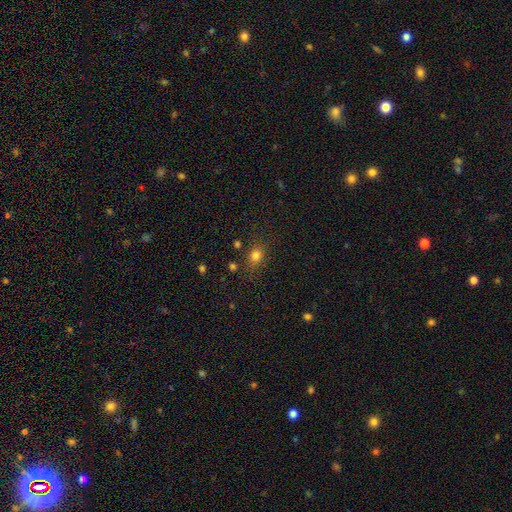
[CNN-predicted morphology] Smooth or featured: smooth — 78% (star or artifact — 14%)
How rounded: in between — 52% (round — 46%)
Merging: none — 76% (minor disturbance — 15%)